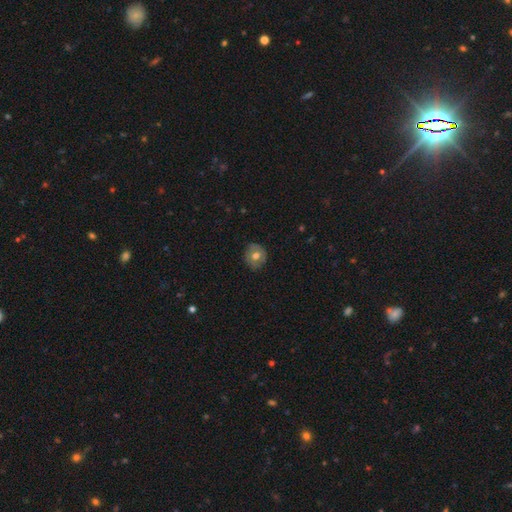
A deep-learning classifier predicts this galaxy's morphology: This appears to be a smooth galaxy with no disk features (64%) that is round (81%). Merging: none (81%).